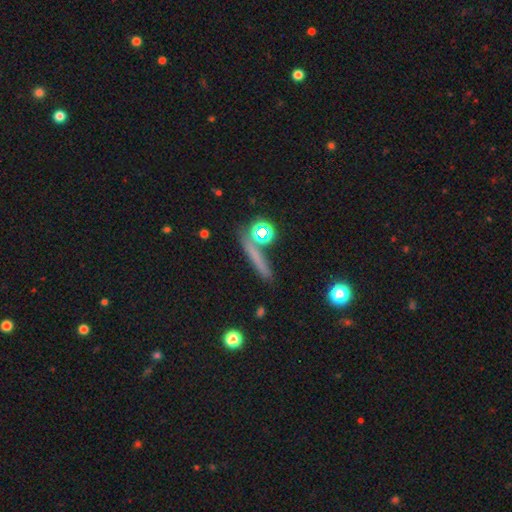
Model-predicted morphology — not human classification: Smooth or featured? smooth (59%)
How rounded? cigar-shaped (77%)
Merging? none (75%)